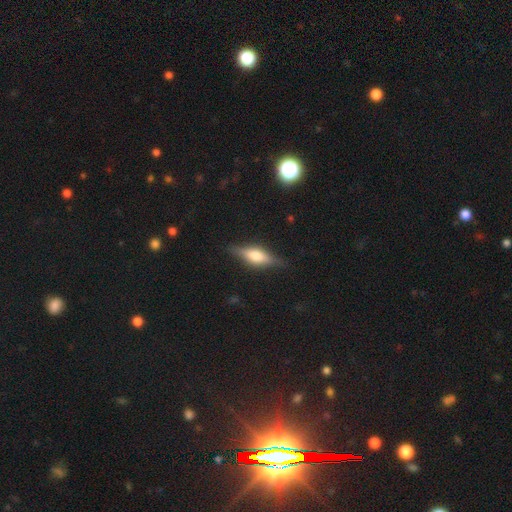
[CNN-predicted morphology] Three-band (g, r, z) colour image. It shows a featured or disk galaxy (53%) viewed edge-on (93%). Merging: none (82%).